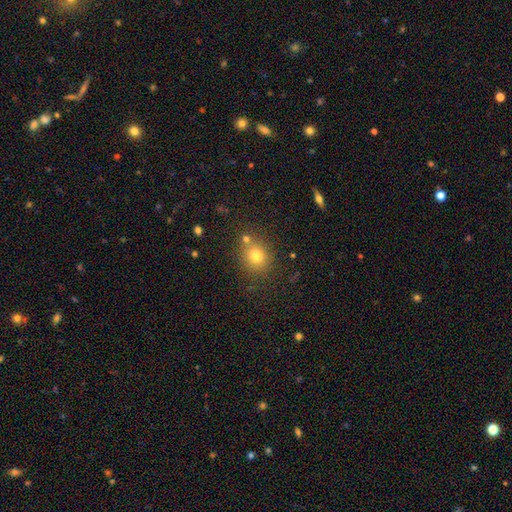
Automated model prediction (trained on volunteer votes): A smooth galaxy with no disk features (76%) that is round (76%).

Vote fractions:
- Smooth or featured? smooth: 76% / star or artifact: 15% / featured or disk: 9%
- How rounded? round: 76% / in between: 23% / cigar-shaped: 1%
- Merging? none: 74% / merger: 12% / minor disturbance: 11% / major disturbance: 3%